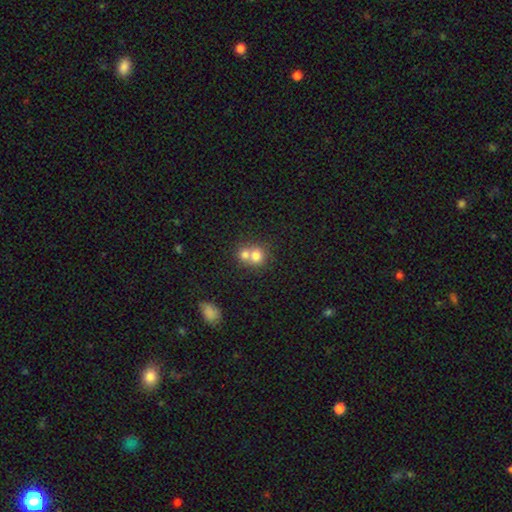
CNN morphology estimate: Q: Smooth or featured?
A: smooth (75%); runner-up: featured or disk (15%)
Q: How rounded?
A: round (77%); runner-up: in between (22%)
Q: Merging?
A: merger (62%); runner-up: none (30%)